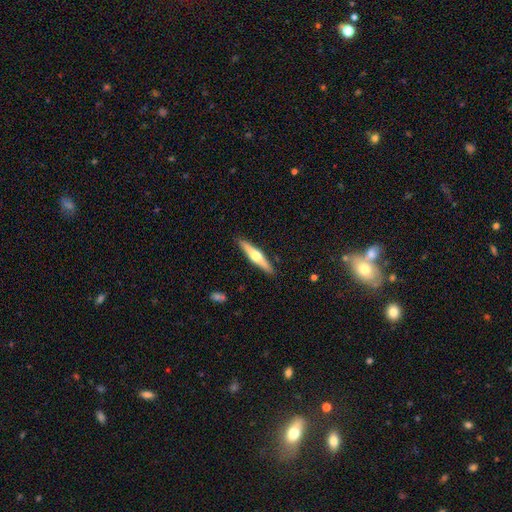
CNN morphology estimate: type=featured or disk (63%); edge-on=yes (97%); edge-on bulge=rounded (93%); merging=none (90%).